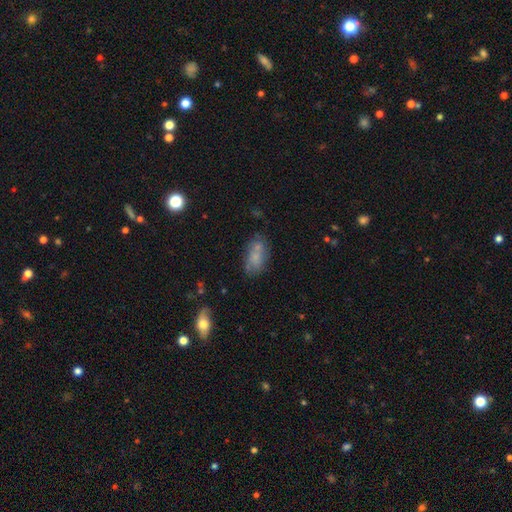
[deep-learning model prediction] Smooth or featured?
  - smooth: 65% *
  - featured or disk: 23%
  - star or artifact: 12%
How rounded?
  - in between: 87% *
  - cigar-shaped: 7%
  - round: 6%
Merging?
  - none: 56% *
  - minor disturbance: 20%
  - merger: 16%
  - major disturbance: 8%